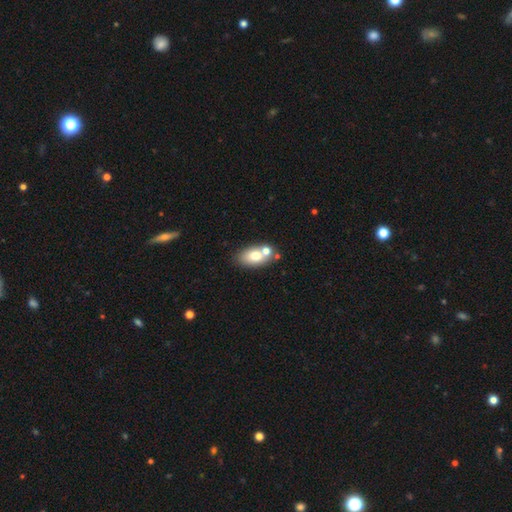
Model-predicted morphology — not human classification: Smooth or featured?
  - smooth: 70% *
  - featured or disk: 21%
  - star or artifact: 9%
How rounded?
  - in between: 86% *
  - round: 11%
  - cigar-shaped: 2%
Merging?
  - none: 56% *
  - merger: 28%
  - minor disturbance: 12%
  - major disturbance: 4%